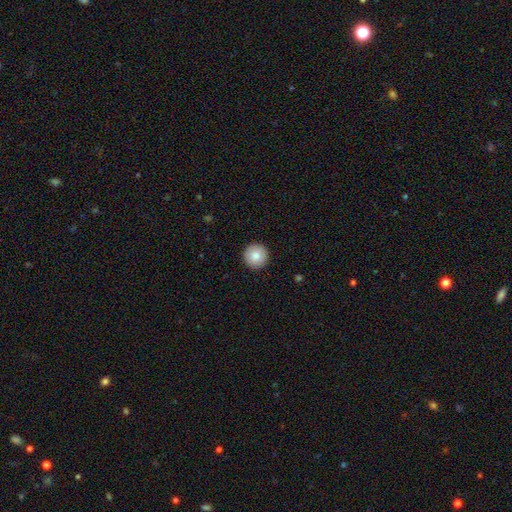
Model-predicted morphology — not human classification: Q: Smooth or featured?
A: smooth (84%); runner-up: featured or disk (9%)
Q: How rounded?
A: round (96%); runner-up: in between (3%)
Q: Merging?
A: none (93%); runner-up: minor disturbance (4%)